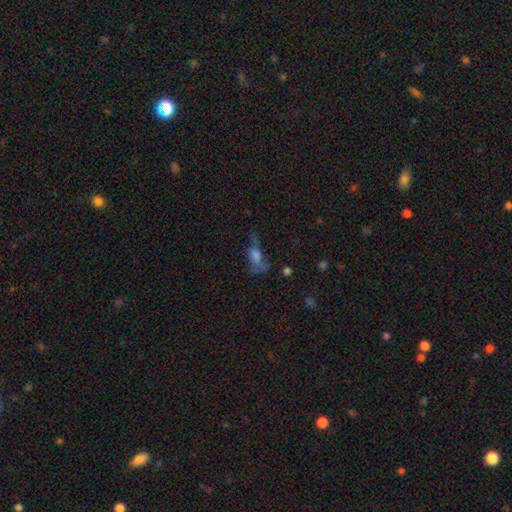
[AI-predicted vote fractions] smooth-or-featured: smooth: 45% | featured or disk: 33% | star or artifact: 22%
  merging: major disturbance: 43% | none: 31% | minor disturbance: 20% | merger: 7%